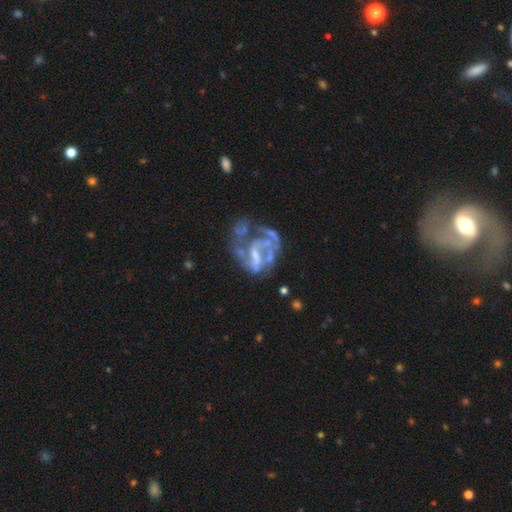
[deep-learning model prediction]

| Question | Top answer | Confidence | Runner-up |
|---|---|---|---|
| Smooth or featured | featured or disk | 77% | smooth (12%) |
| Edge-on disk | no | 98% | yes (2%) |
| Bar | no | 49% | weak (34%) |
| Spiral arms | no | 50% | tied: yes (50%) |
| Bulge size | none | 44% | small (29%) |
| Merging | major disturbance | 41% | none (28%) |